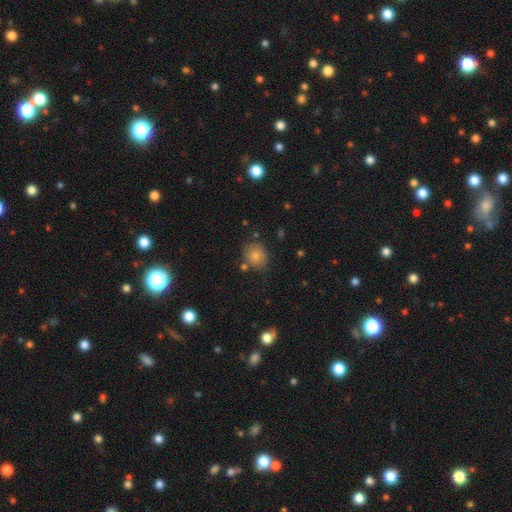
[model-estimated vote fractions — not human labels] Smooth or featured? Predicted: smooth (p=0.80). How rounded? Predicted: round (p=0.68). Merging? Predicted: none (p=0.76).